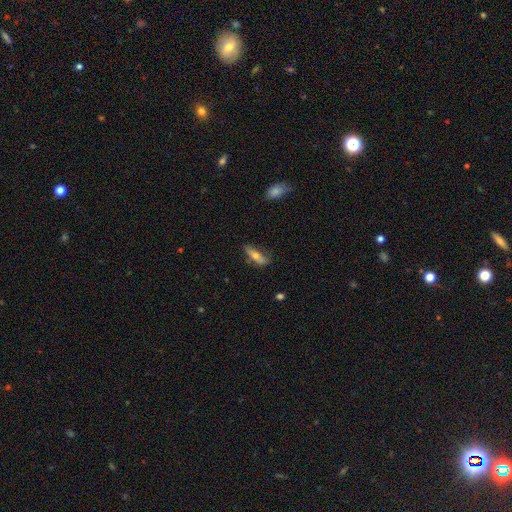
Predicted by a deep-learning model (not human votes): The model was most divided on "how rounded": cigar-shaped: 54%, in between: 44%, round: 3%. More confident: merging — none (67%); smooth or featured — smooth (59%).